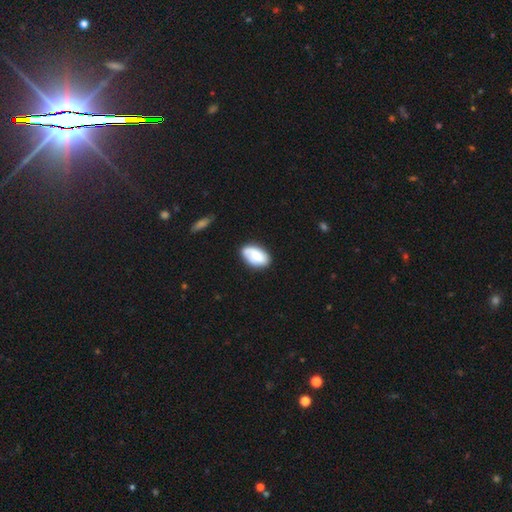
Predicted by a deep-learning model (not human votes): Smooth or featured?
  - smooth: 72% *
  - featured or disk: 22%
  - star or artifact: 7%
How rounded?
  - in between: 94% *
  - round: 5%
  - cigar-shaped: 2%
Merging?
  - none: 76% *
  - minor disturbance: 18%
  - major disturbance: 4%
  - merger: 2%